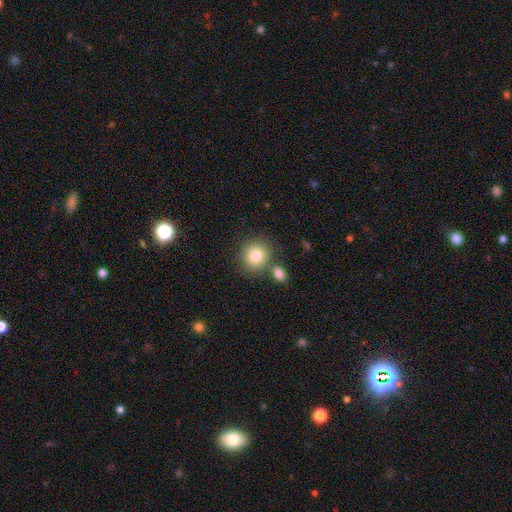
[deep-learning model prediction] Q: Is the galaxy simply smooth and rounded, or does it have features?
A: smooth — 82%.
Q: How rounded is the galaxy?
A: round — 84%.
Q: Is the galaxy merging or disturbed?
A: none — 67%.